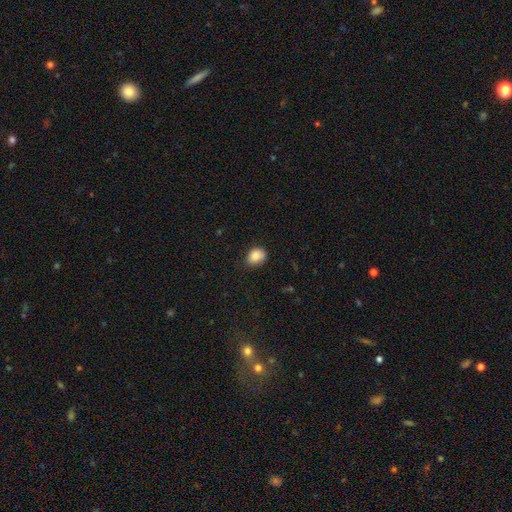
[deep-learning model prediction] Q: Smooth or featured?
A: smooth (86%); runner-up: star or artifact (9%)
Q: How rounded?
A: round (50%); runner-up: in between (49%)
Q: Merging?
A: none (72%); runner-up: minor disturbance (23%)